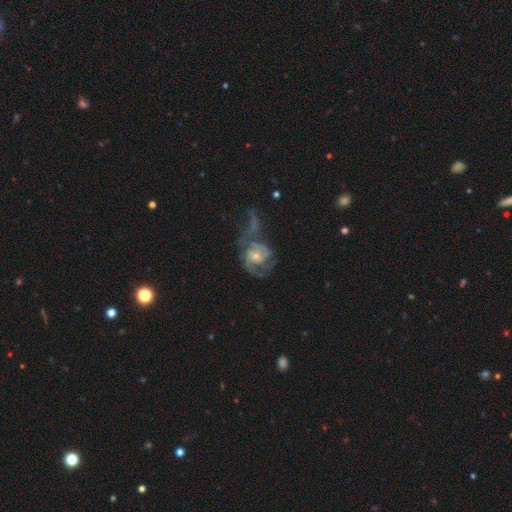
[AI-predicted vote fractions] featured or disk 84%, smooth 10%, star or artifact 6%. Down the decision tree: edge-on disk — no (98%); bar — no (65%); spiral arms — yes (92%); spiral arm count — 2 (64%); spiral winding — medium (42%); bulge size — small (48%); merging — none (36%).